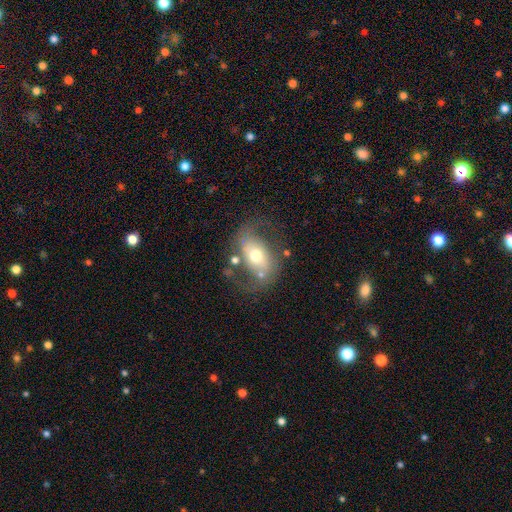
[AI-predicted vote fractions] smooth-or-featured: featured or disk: 68% | smooth: 24% | star or artifact: 8%
  disk-edge-on: no: 95% | yes: 5%
    bar: no: 49% | weak: 29% | strong: 21%
    has-spiral-arms: yes: 78% | no: 22%
      spiral-winding: loose: 48% | medium: 40% | tight: 12%
      spiral-arm-count: 2: 87% | can't tell: 7% | 1: 4% | 3: 1% | 4: 1% | more than 4: 1%
    bulge-size: moderate: 67% | small: 20% | large: 9% | dominant: 2% | none: 1%
  merging: none: 61% | minor disturbance: 18% | major disturbance: 15% | merger: 6%